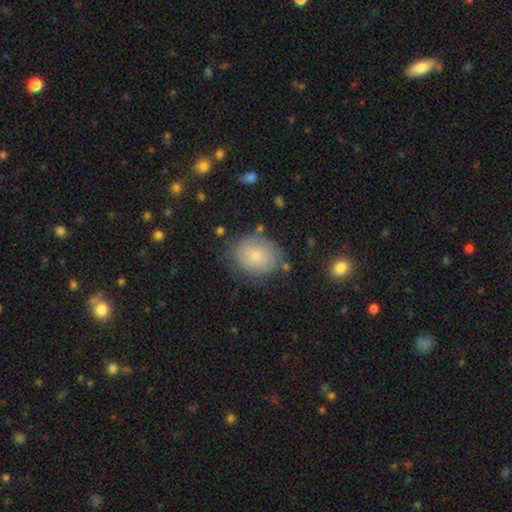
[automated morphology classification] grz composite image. It shows a smooth galaxy with no disk features (71%) that is round (51%). Merging: none (75%).